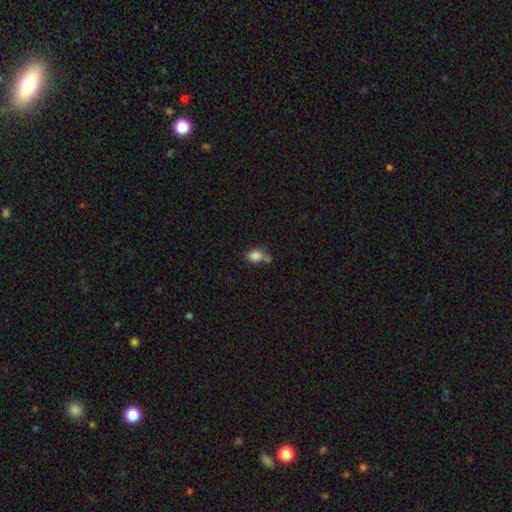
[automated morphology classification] Smooth or featured?
  - smooth: 84% *
  - star or artifact: 10%
  - featured or disk: 6%
How rounded?
  - in between: 61% *
  - round: 37%
  - cigar-shaped: 1%
Merging?
  - none: 44% *
  - merger: 33%
  - minor disturbance: 17%
  - major disturbance: 7%